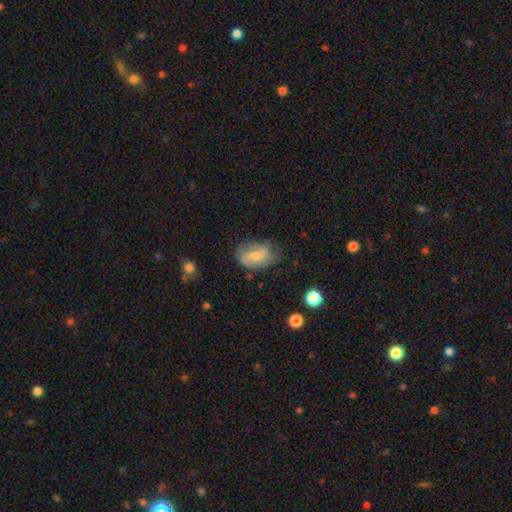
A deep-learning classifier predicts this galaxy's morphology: This appears to be a smooth galaxy with no disk features (50%) that is in between round and cigar-shaped (83%). Merging: none (51%).